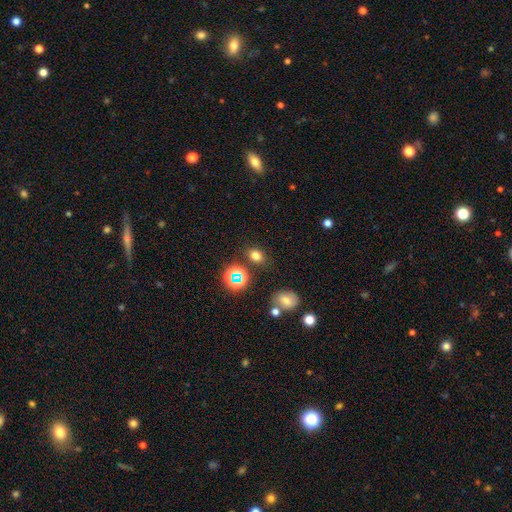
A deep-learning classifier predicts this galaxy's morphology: smooth 71%, star or artifact 22%, featured or disk 7%. Down the decision tree: how rounded — in between (51%); merging — none (80%).